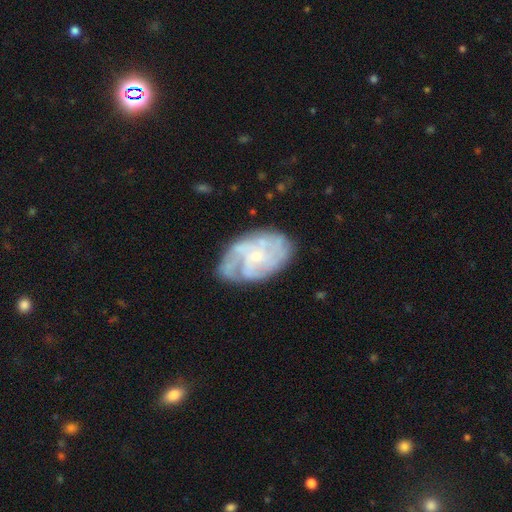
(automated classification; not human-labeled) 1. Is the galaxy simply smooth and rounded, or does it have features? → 79% featured or disk, 15% smooth, 6% star or artifact.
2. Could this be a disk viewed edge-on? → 97% no, 3% yes.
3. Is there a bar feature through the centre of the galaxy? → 70% no, 26% weak, 4% strong.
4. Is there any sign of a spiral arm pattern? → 89% yes, 11% no.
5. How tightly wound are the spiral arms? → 51% tight, 36% medium, 13% loose.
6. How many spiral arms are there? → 42% can't tell, 17% 3, 15% 4, 14% 2, 6% more than 4, 5% 1.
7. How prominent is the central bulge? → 74% small, 20% moderate, 4% none, 1% large, 1% dominant.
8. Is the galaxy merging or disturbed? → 67% none, 21% minor disturbance, 9% major disturbance, 2% merger.